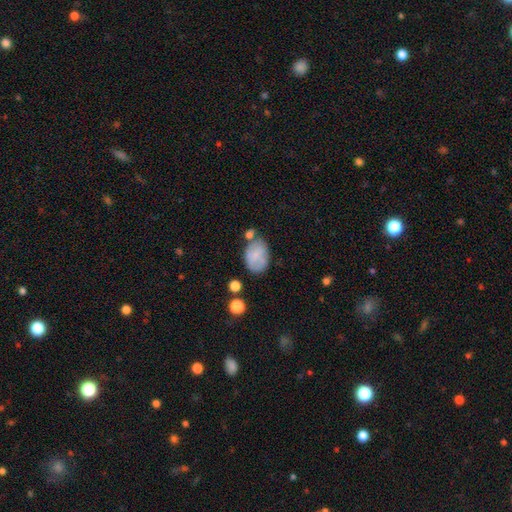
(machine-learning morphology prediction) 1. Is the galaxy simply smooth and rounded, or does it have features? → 71% smooth, 22% featured or disk, 8% star or artifact.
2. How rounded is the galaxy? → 81% in between, 17% round, 1% cigar-shaped.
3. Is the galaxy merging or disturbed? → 52% none, 25% minor disturbance, 14% merger, 8% major disturbance.